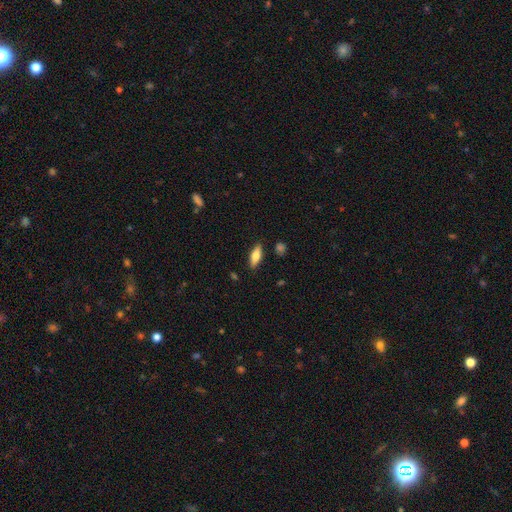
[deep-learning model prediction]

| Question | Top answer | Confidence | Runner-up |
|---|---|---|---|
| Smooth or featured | smooth | 74% | featured or disk (19%) |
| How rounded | in between | 65% | cigar-shaped (33%) |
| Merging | none | 86% | minor disturbance (10%) |